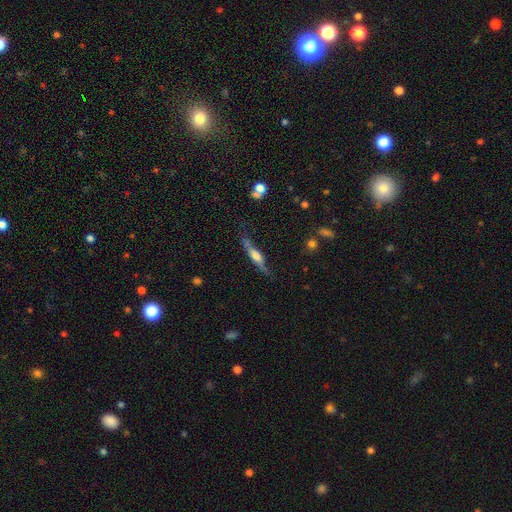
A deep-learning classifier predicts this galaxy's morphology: This appears to be a featured or disk galaxy (67%) viewed edge-on (93%) with a rounded central bulge (72%). Merging: none (74%).